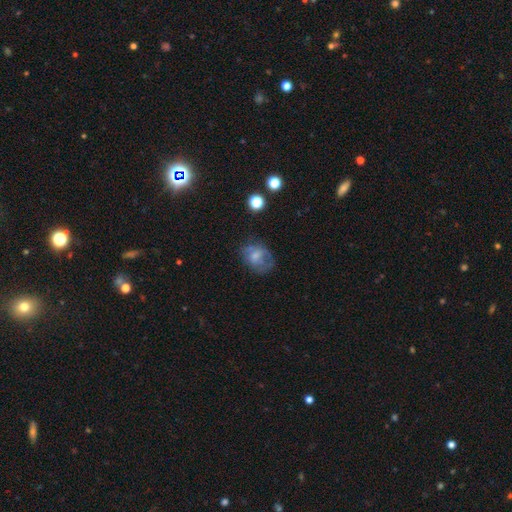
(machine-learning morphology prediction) Smooth or featured?
  - smooth: 51% *
  - featured or disk: 37%
  - star or artifact: 12%
How rounded?
  - in between: 56% *
  - round: 43%
  - cigar-shaped: 1%
Merging?
  - none: 49% *
  - minor disturbance: 25%
  - major disturbance: 23%
  - merger: 3%